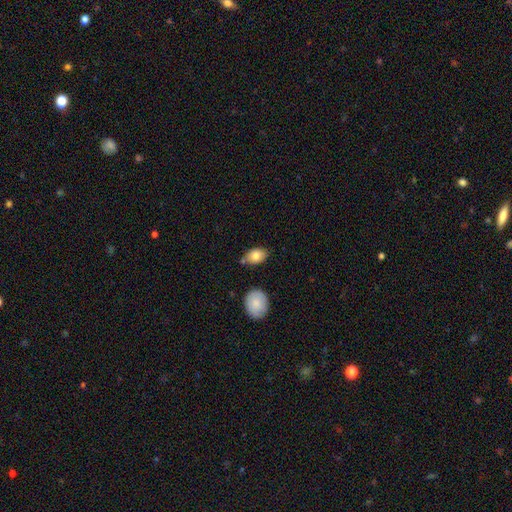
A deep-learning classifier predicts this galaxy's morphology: Smooth or featured? smooth (83%)
How rounded? in between (85%)
Merging? none (73%)